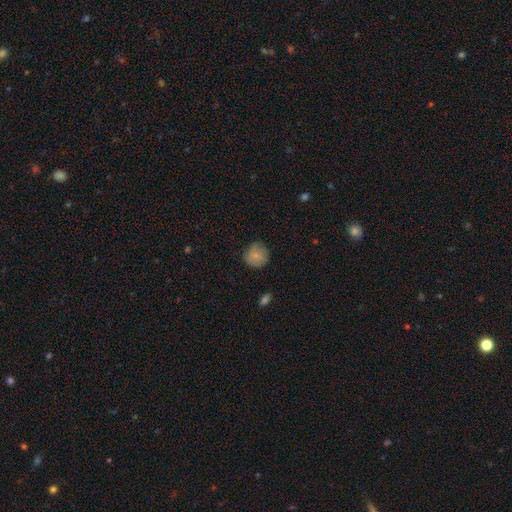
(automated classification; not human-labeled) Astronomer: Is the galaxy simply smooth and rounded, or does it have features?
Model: smooth — 79%.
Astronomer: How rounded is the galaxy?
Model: round — 87%.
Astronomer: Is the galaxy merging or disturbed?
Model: none — 70%.